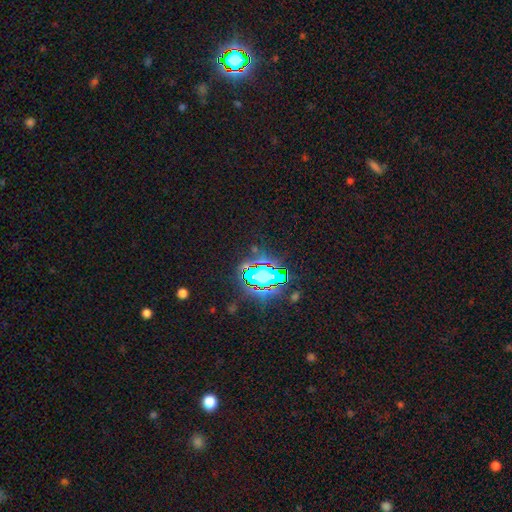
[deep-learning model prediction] Overall: star or artifact (81%).